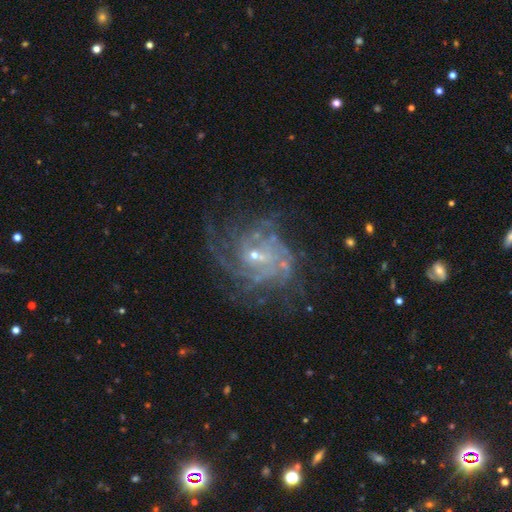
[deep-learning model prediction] Smooth or featured? Predicted: featured or disk (p=0.84). Edge-on disk? Predicted: no (p=0.98). Bar? Predicted: no (p=0.62). Spiral arms? Predicted: yes (p=0.91). Spiral winding? Predicted: tight (p=0.48). Spiral arm count? Predicted: can't tell (p=0.34). Bulge size? Predicted: small (p=0.71). Merging? Predicted: none (p=0.57).